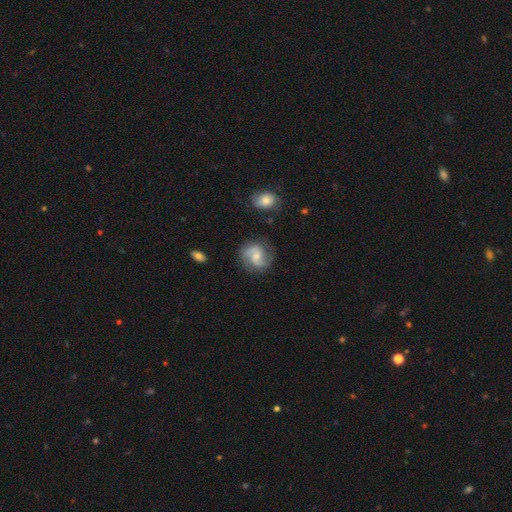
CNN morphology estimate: type=featured or disk (79%); edge-on=no (98%); bar=no (49%); spiral arms=yes (96%); winding=medium (49%); arm count=2 (88%); bulge=small (53%); merging=none (78%).